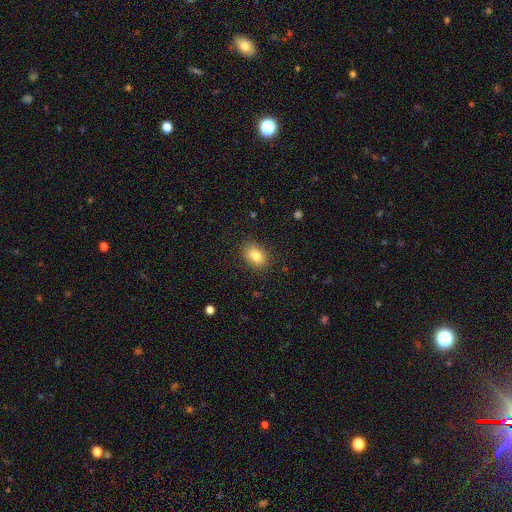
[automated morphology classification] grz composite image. It shows a smooth galaxy with no disk features (82%) that is in between round and cigar-shaped (76%). Merging: none (87%).